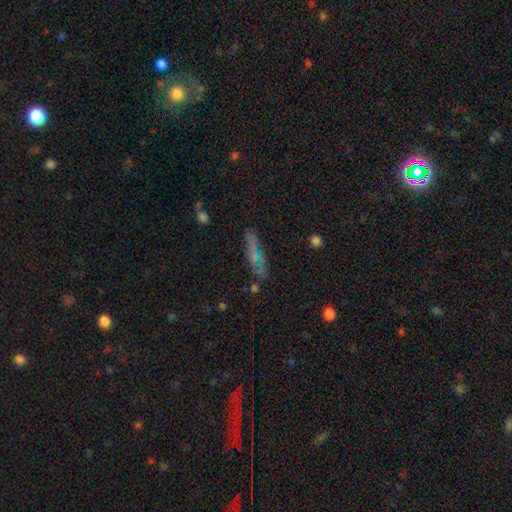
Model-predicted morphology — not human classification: Overall: smooth (50%; star or artifact 25%). How rounded: cigar-shaped (63%; in between 29%). Merging: none (79%).